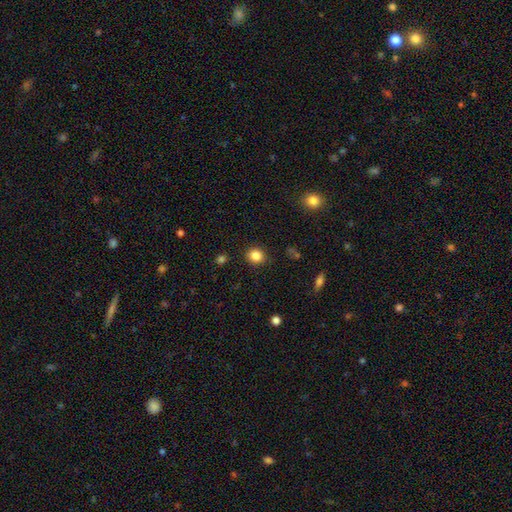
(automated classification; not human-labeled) Smooth or featured?
  - smooth: 84% *
  - star or artifact: 11%
  - featured or disk: 4%
How rounded?
  - round: 80% *
  - in between: 19%
  - cigar-shaped: 1%
Merging?
  - none: 89% *
  - minor disturbance: 8%
  - major disturbance: 2%
  - merger: 1%